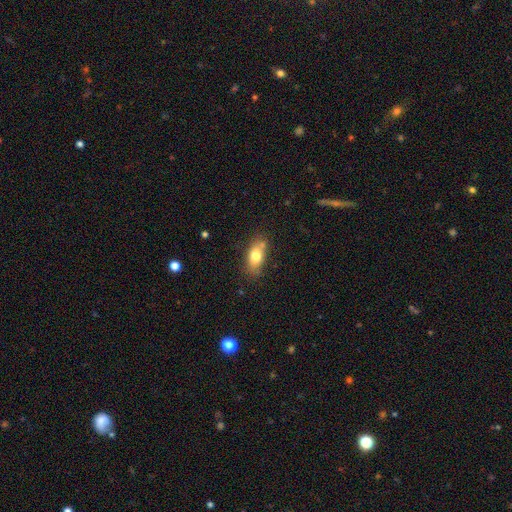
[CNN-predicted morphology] smooth 76%, featured or disk 16%, star or artifact 8%. Down the decision tree: how rounded — in between (83%); merging — none (65%).